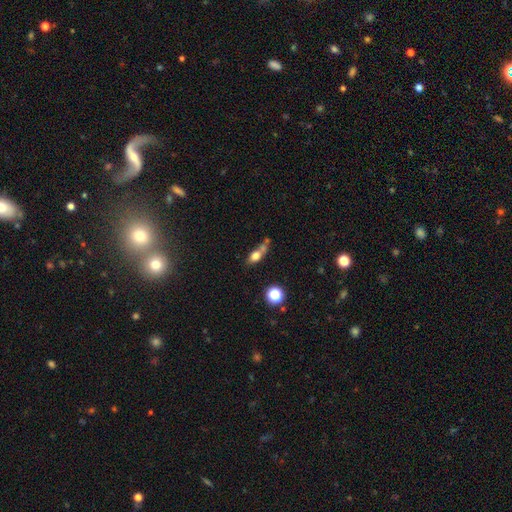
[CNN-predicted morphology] Smooth or featured?
  - smooth: 69% *
  - featured or disk: 18%
  - star or artifact: 13%
How rounded?
  - in between: 61% *
  - round: 25%
  - cigar-shaped: 14%
Merging?
  - none: 37% *
  - merger: 34%
  - minor disturbance: 18%
  - major disturbance: 11%